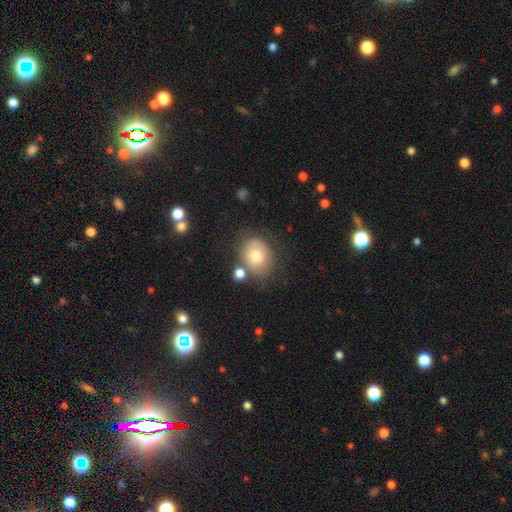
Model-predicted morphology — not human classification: Q: Smooth or featured?
A: smooth (70%); runner-up: featured or disk (21%)
Q: How rounded?
A: round (56%); runner-up: in between (44%)
Q: Merging?
A: none (65%); runner-up: minor disturbance (18%)